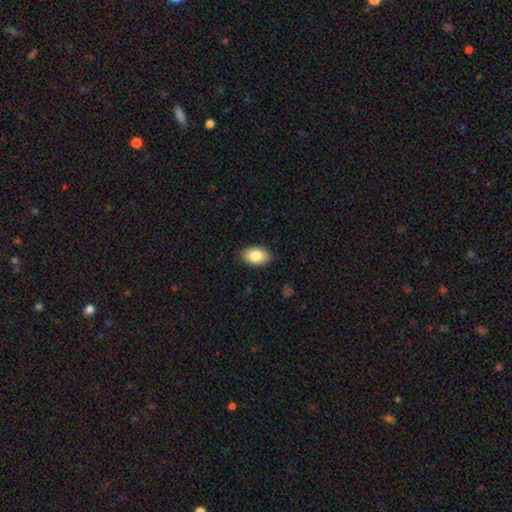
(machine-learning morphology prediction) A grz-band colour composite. It shows a smooth galaxy with no disk features (83%) that is in between round and cigar-shaped (89%). Merging: none (88%).